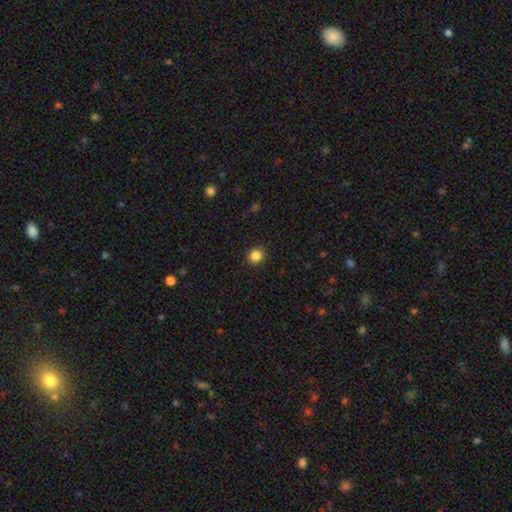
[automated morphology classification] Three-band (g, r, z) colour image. It shows a smooth galaxy with no disk features (86%) that is round (81%). Merging: none (91%).